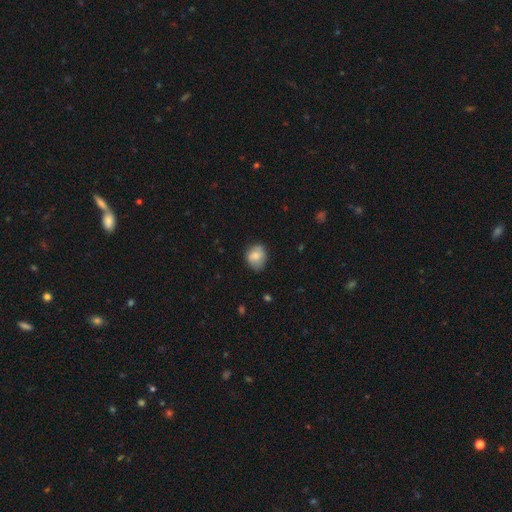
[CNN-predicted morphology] smooth 78%, featured or disk 14%, star or artifact 8%. Down the decision tree: how rounded — round (57%); merging — none (67%).